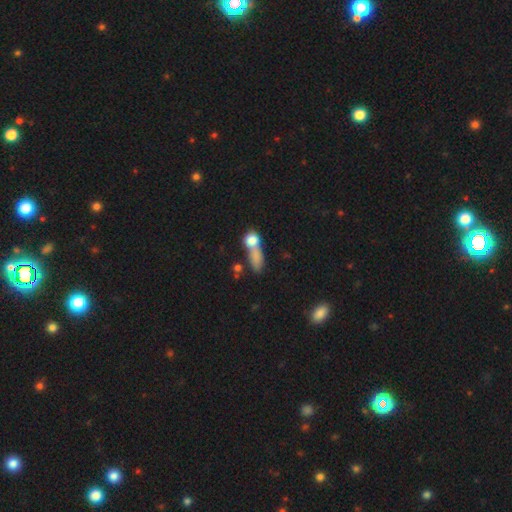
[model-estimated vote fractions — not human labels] Smooth or featured? Predicted: smooth (p=0.73). How rounded? Predicted: in between (p=0.45). Merging? Predicted: merger (p=0.47).